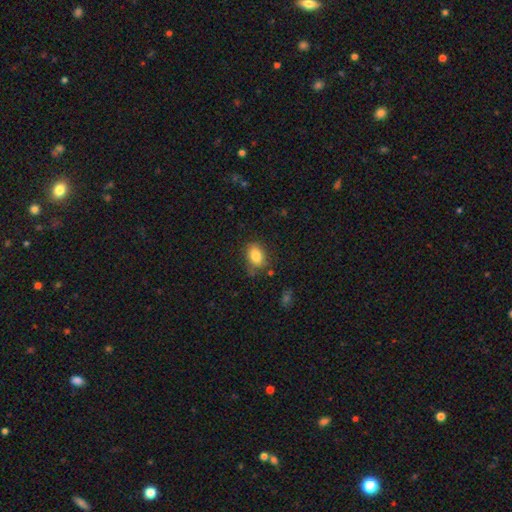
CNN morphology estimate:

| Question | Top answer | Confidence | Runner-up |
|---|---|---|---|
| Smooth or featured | smooth | 84% | star or artifact (9%) |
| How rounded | in between | 78% | round (20%) |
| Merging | none | 76% | minor disturbance (17%) |